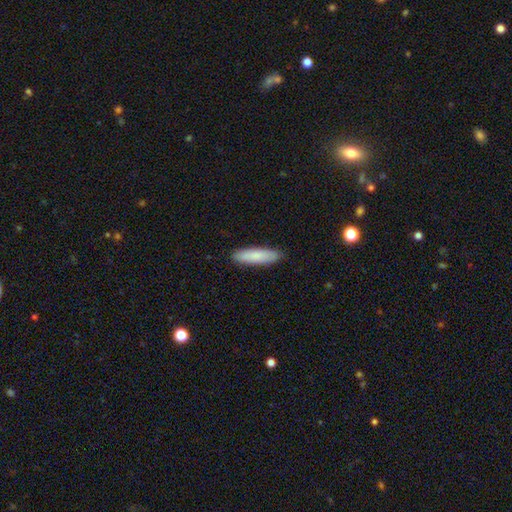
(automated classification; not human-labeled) Morphology: type=smooth (85%); roundness=cigar-shaped (69%); merging=none (89%).